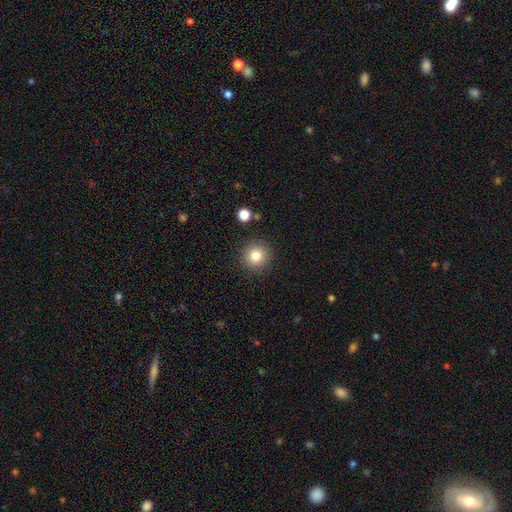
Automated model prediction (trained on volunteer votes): A smooth galaxy with no disk features (82%) that is round (95%).

Vote fractions:
- Smooth or featured? smooth: 82% / star or artifact: 11% / featured or disk: 7%
- How rounded? round: 95% / in between: 5% / cigar-shaped: 1%
- Merging? none: 89% / minor disturbance: 6% / major disturbance: 2% / merger: 2%